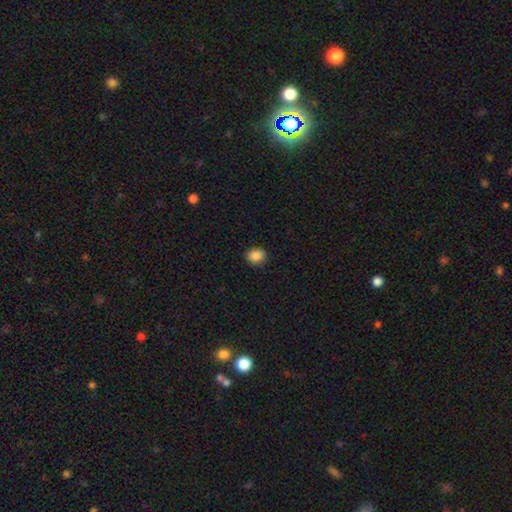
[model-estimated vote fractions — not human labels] The model was most divided on "how rounded": round: 54%, in between: 45%, cigar-shaped: 1%. More confident: merging — none (88%); smooth or featured — smooth (88%).